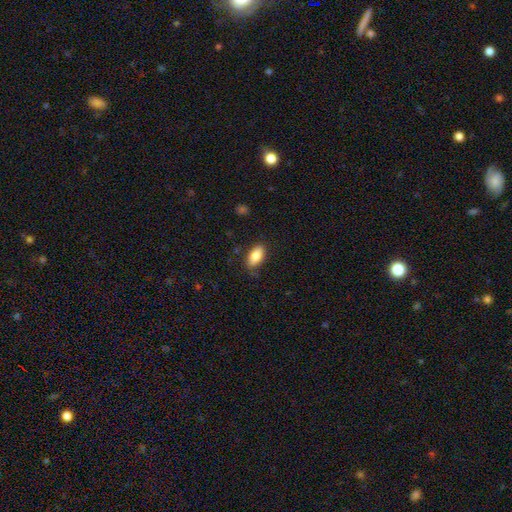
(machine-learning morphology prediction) type=smooth (81%); roundness=in between (89%); merging=none (83%).